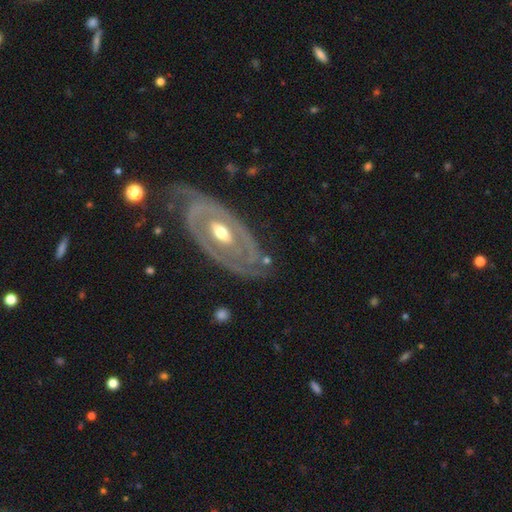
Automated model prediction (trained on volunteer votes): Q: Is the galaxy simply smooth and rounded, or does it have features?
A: featured or disk — 86%.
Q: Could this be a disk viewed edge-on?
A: no — 92%.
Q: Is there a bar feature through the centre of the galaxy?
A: no — 54%.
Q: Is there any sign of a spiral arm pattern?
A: yes — 77%.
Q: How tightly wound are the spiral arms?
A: tight — 67%.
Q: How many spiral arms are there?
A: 2 — 48%.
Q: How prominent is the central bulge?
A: moderate — 72%.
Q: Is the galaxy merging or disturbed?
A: none — 70%.